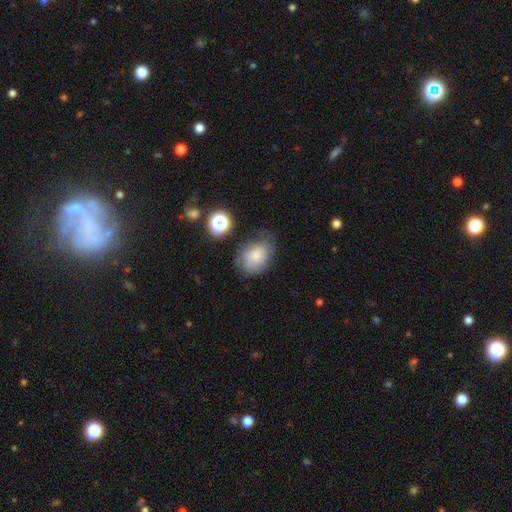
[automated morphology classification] type=smooth (66%); roundness=in between (65%); merging=none (53%).